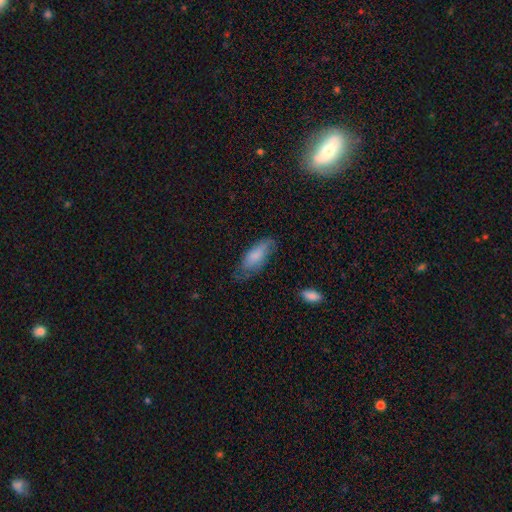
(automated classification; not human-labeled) smooth_or_featured: smooth (p=0.70) [alt: featured or disk p=0.23]
how_rounded: in between (p=0.78) [alt: cigar-shaped p=0.19]
merging: none (p=0.56) [alt: minor disturbance p=0.31]